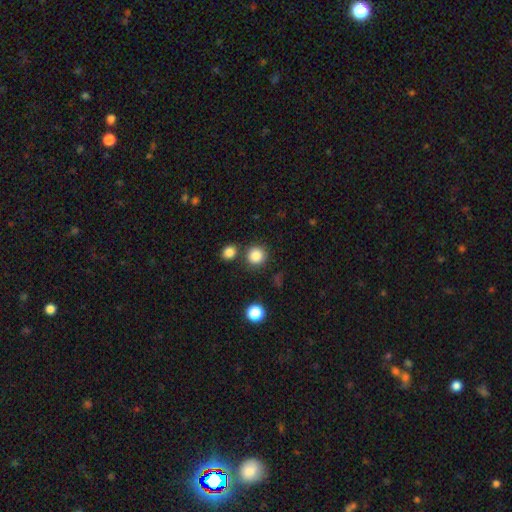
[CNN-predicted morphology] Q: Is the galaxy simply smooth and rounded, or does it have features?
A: smooth — 85%.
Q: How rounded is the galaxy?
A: round — 92%.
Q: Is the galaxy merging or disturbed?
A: none — 80%.